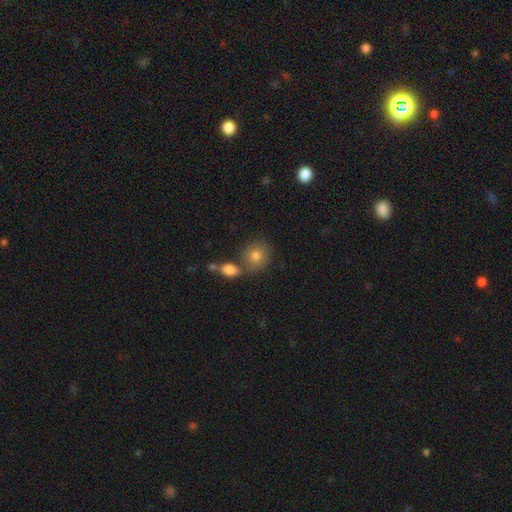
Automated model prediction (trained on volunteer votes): This is clearly a smooth galaxy (80%). How rounded: likely round (75%). Merging: likely none (62%).